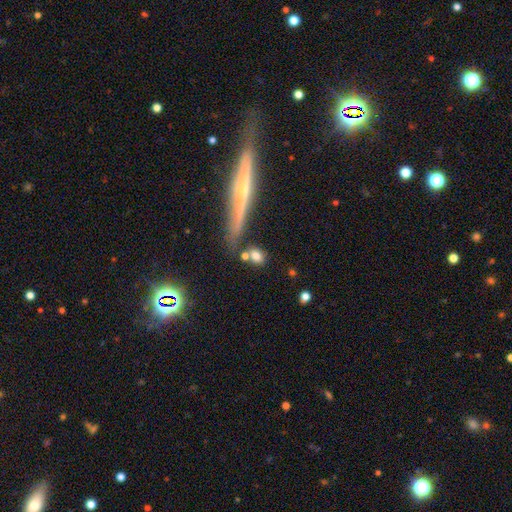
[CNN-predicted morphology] The model was most divided on "how rounded": in between: 61%, round: 29%, cigar-shaped: 10%. More confident: smooth or featured — smooth (75%); merging — none (63%).